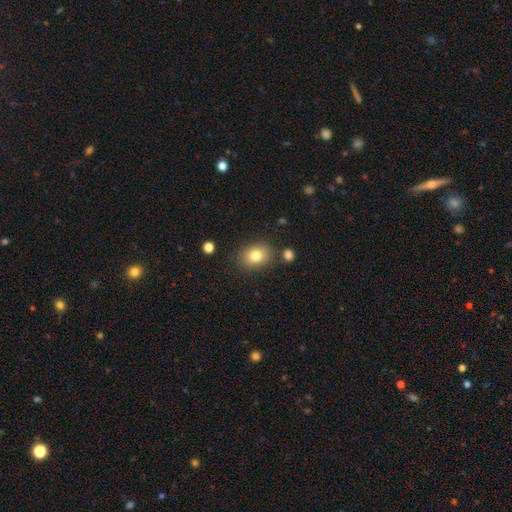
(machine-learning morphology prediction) Smooth or featured: smooth — 80% (featured or disk — 10%)
How rounded: in between — 59% (round — 40%)
Merging: none — 81% (minor disturbance — 11%)